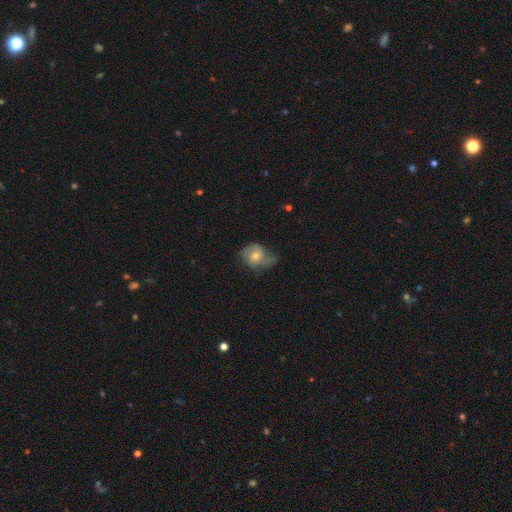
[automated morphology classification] This is likely a featured or disk galaxy (72%). It is clearly not viewed edge-on (97%). Bar: likely no (64%). Spiral arm pattern: clearly yes (92%). Spiral arm count: likely 2 (74%). Spiral winding: possibly medium (46%). Central bulge: possibly moderate (56%). Merging: possibly none (55%).